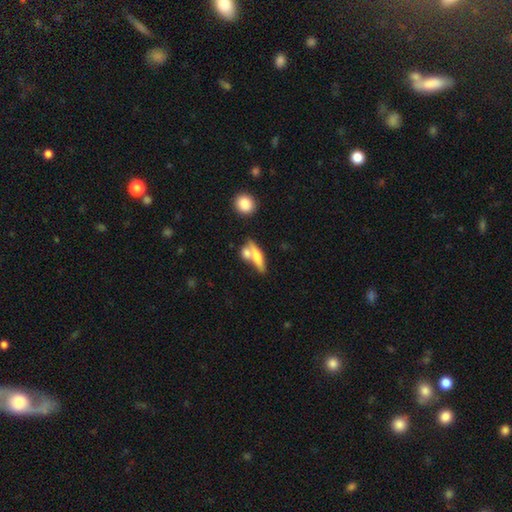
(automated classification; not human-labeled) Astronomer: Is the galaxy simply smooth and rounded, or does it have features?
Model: smooth — 57% (runner-up: featured or disk, 36%).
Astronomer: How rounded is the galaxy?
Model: cigar-shaped — 57% (runner-up: in between, 36%).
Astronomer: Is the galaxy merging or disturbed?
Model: none — 42% (runner-up: merger, 41%).